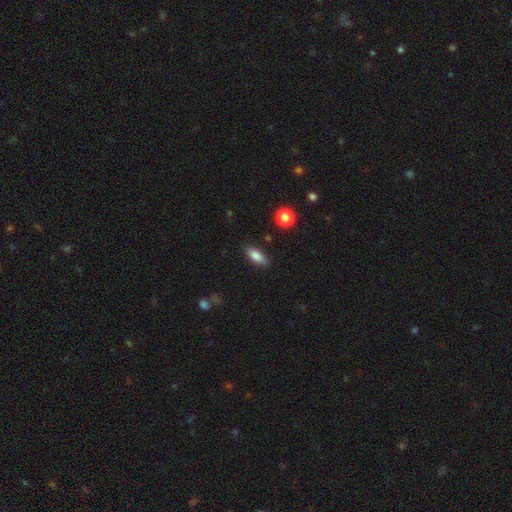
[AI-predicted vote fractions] Smooth or featured: smooth — 82% (featured or disk — 10%)
How rounded: in between — 77% (cigar-shaped — 20%)
Merging: none — 84% (minor disturbance — 12%)